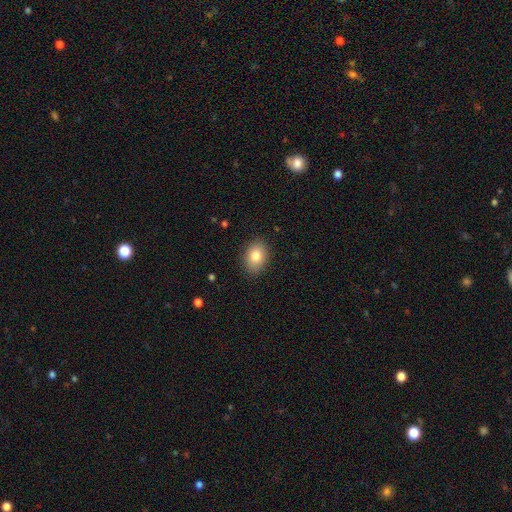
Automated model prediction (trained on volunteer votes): Overall: smooth (83%). How rounded: in between (75%). Merging: none (88%).